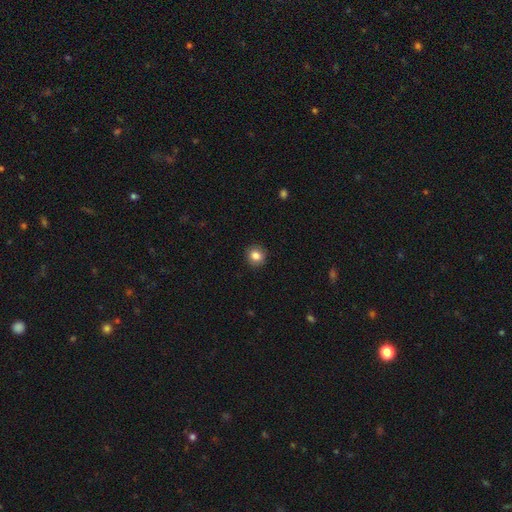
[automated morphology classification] Smooth or featured: smooth — 85% (star or artifact — 10%)
How rounded: round — 86% (in between — 13%)
Merging: none — 91% (minor disturbance — 7%)